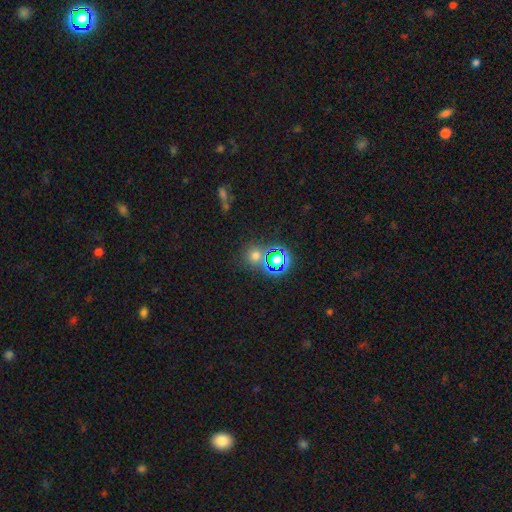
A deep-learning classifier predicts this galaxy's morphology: type=smooth (56%); roundness=round (86%); merging=none (71%).